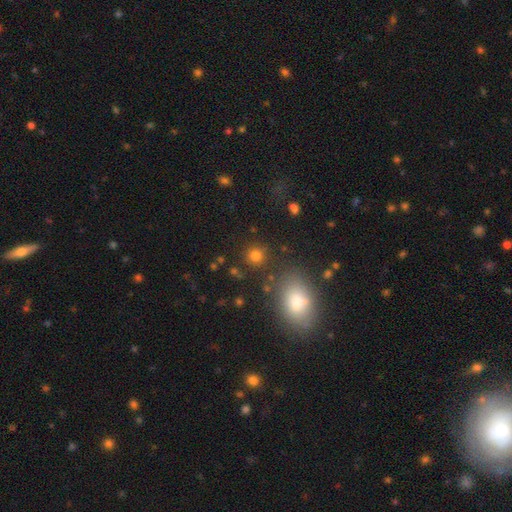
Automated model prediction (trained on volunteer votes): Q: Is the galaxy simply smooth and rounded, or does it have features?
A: smooth — 79%.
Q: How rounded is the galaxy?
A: round — 89%.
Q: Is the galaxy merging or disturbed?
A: none — 84%.